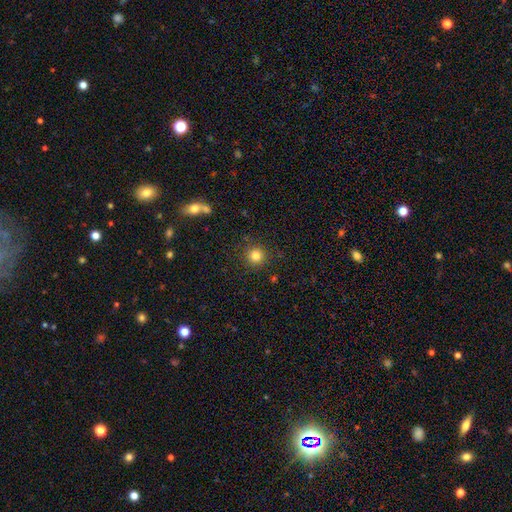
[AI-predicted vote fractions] Q: Smooth or featured?
A: smooth (81%); runner-up: star or artifact (13%)
Q: How rounded?
A: round (94%); runner-up: in between (5%)
Q: Merging?
A: none (90%); runner-up: minor disturbance (6%)